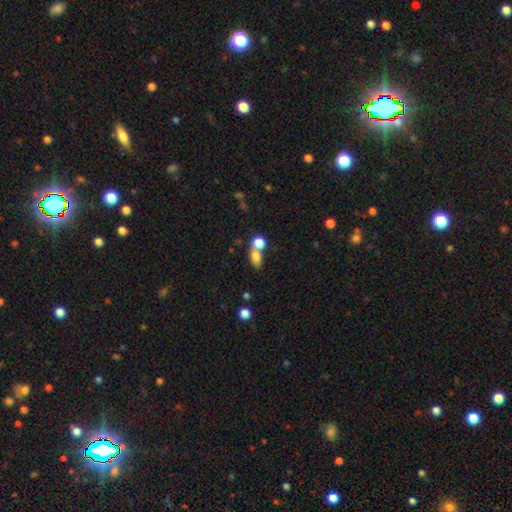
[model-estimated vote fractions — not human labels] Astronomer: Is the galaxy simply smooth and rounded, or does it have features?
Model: smooth — 78%.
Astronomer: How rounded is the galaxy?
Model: in between — 73%.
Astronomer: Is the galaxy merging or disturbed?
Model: merger — 45% (runner-up: none, 39%).